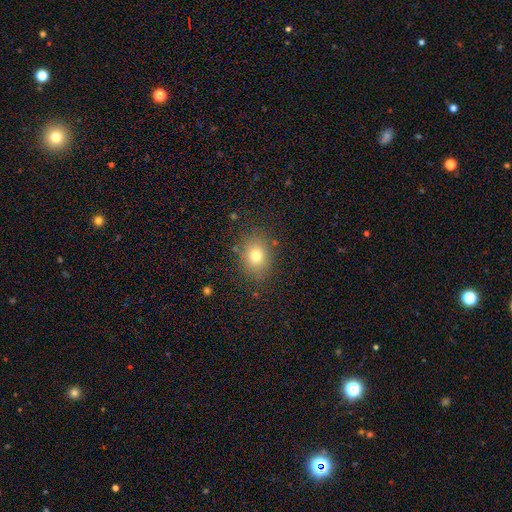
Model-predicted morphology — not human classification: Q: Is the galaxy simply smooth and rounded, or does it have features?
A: smooth — 76%.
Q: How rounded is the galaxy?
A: in between — 50%.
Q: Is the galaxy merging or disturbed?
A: none — 82%.